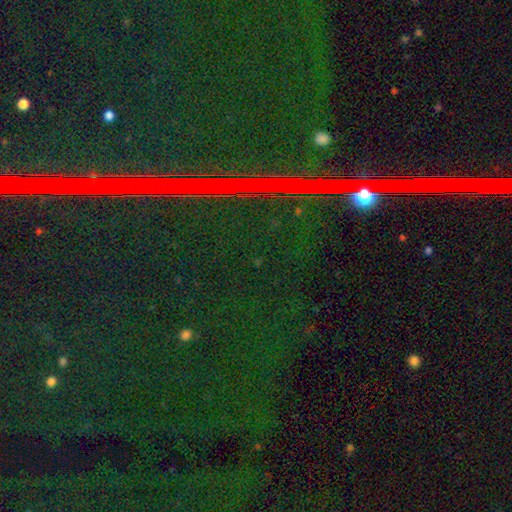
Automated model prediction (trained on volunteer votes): Overall: star or artifact (85%).